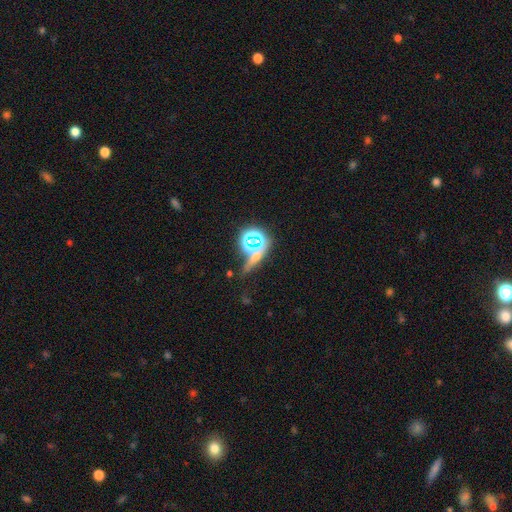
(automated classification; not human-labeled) A star or artifact, not a galaxy (59%).

Vote fractions:
- Smooth or featured? star or artifact: 59% / smooth: 26% / featured or disk: 14%